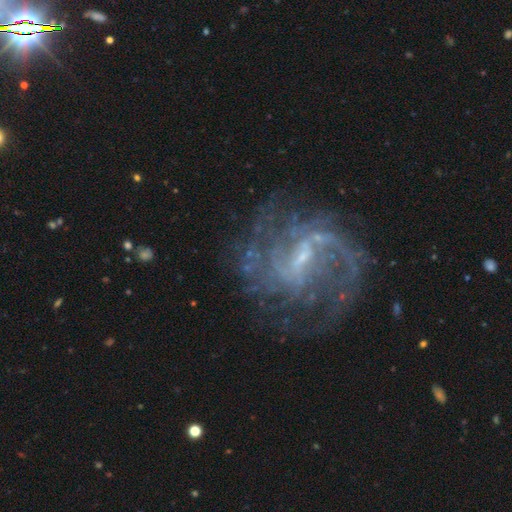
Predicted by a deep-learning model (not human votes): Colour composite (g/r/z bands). It shows a featured or disk galaxy (88%) with a weak bar (56%), 2 (42%) medium (48%) spiral arms (95%) and a small central bulge (69%). Merging: none (67%).